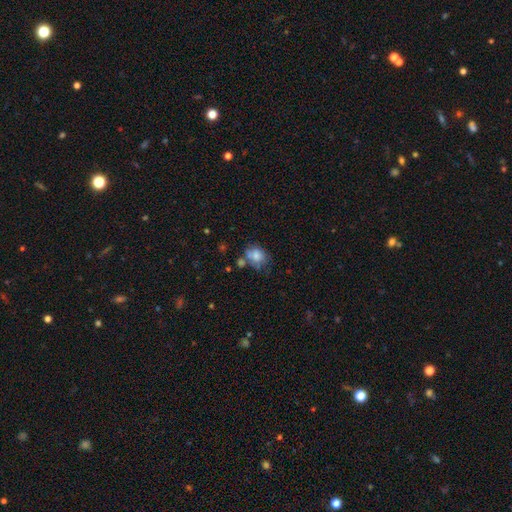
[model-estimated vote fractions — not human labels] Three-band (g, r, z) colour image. It shows a smooth galaxy with no disk features (73%) that is in between round and cigar-shaped (57%). Merging: none (40%).